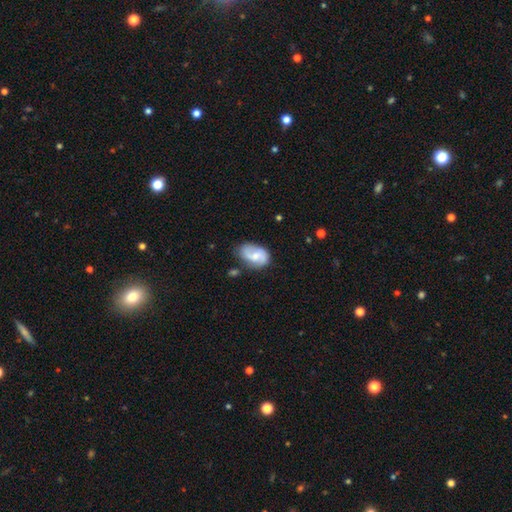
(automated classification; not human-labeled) Smooth or featured: featured or disk — 60% (smooth — 34%)
Edge-on disk: no — 97% (yes — 3%)
Bar: no — 51% (weak — 41%)
Spiral arms: yes — 88% (no — 12%)
Spiral winding: loose — 41% (tied with medium — 41%)
Spiral arm count: 2 — 82% (can't tell — 9%)
Bulge size: moderate — 44% (small — 42%)
Merging: none — 62% (minor disturbance — 25%)